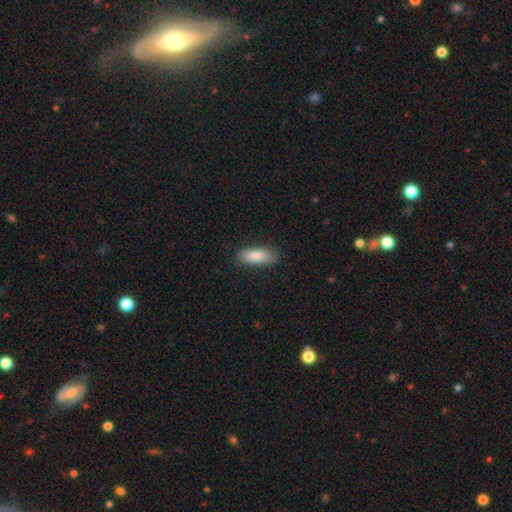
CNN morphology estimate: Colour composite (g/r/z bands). It shows a smooth galaxy with no disk features (83%) that is in between round and cigar-shaped (64%). Merging: none (87%).